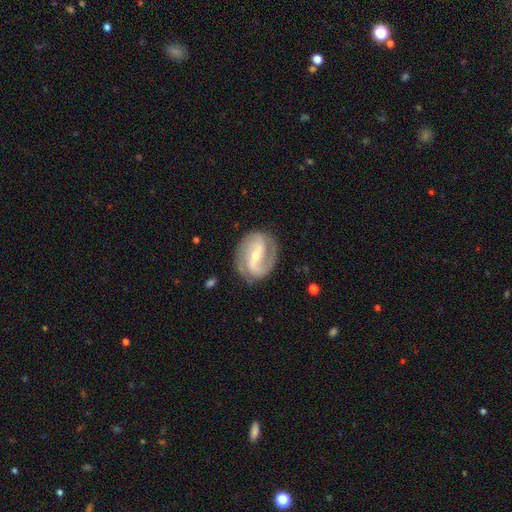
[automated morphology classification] smooth_or_featured: featured or disk (p=0.87) [alt: smooth p=0.09]
disk_edge_on: no (p=0.97) [alt: yes p=0.03]
bar: strong (p=0.48) [alt: weak p=0.38]
has_spiral_arms: yes (p=0.95) [alt: no p=0.05]
spiral_winding: medium (p=0.47) [alt: tight p=0.32]
spiral_arm_count: 2 (p=0.85) [alt: can't tell p=0.06]
bulge_size: small (p=0.55) [alt: moderate p=0.40]
merging: none (p=0.79) [alt: minor disturbance p=0.14]